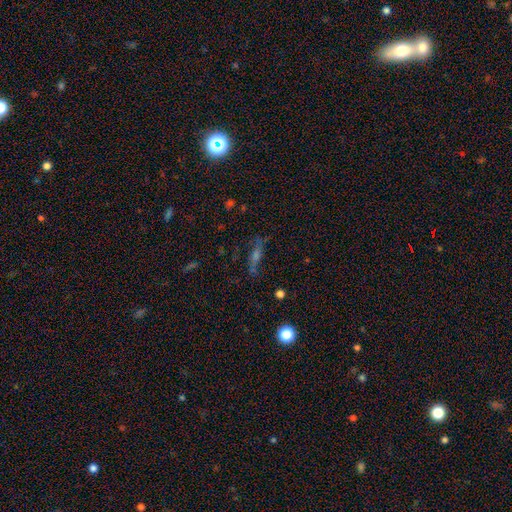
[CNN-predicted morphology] This is marginally a featured or disk galaxy (41%). Merging: likely none (72%).